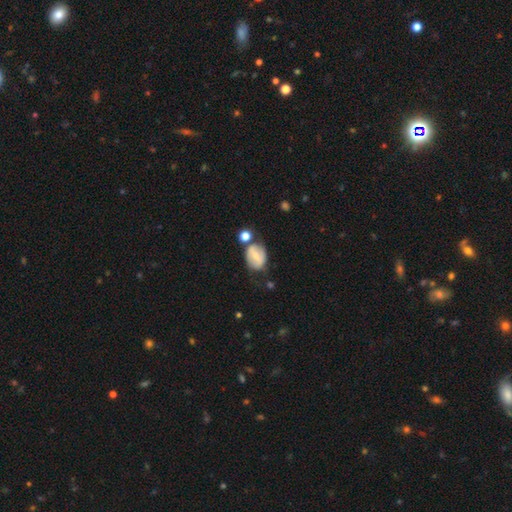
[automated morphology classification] Smooth or featured? Predicted: smooth (p=0.53). How rounded? Predicted: in between (p=0.68). Merging? Predicted: none (p=0.53).